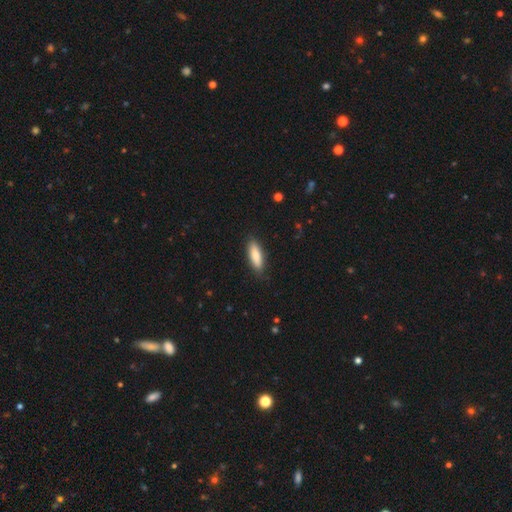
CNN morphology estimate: Smooth or featured? Predicted: smooth (p=0.81). How rounded? Predicted: in between (p=0.56). Merging? Predicted: none (p=0.86).